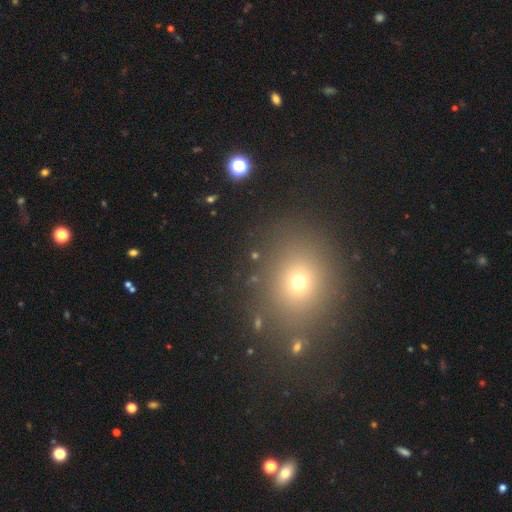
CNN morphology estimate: This appears to be a smooth galaxy with no disk features (61%) that is round (66%). Merging: none (83%).